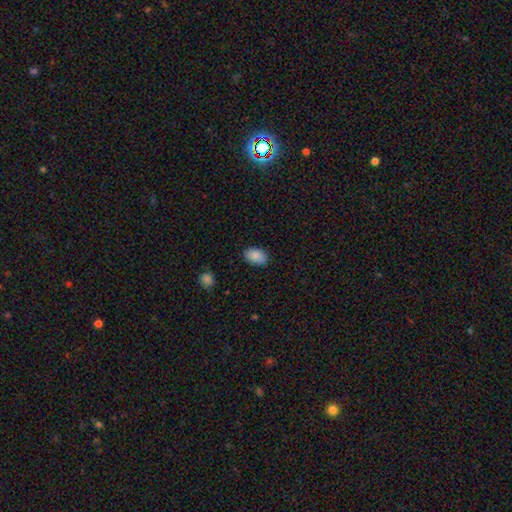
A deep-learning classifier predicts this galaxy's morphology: type=smooth (88%); roundness=in between (87%); merging=none (84%).